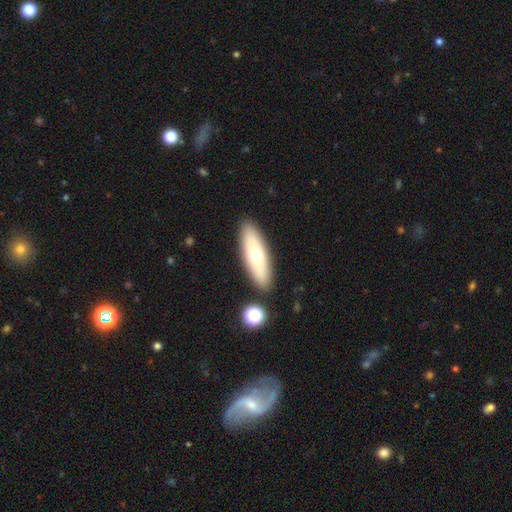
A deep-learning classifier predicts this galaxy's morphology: Overall: smooth (60%; featured or disk 33%). How rounded: in between (54%; cigar-shaped 43%). Merging: none (87%).